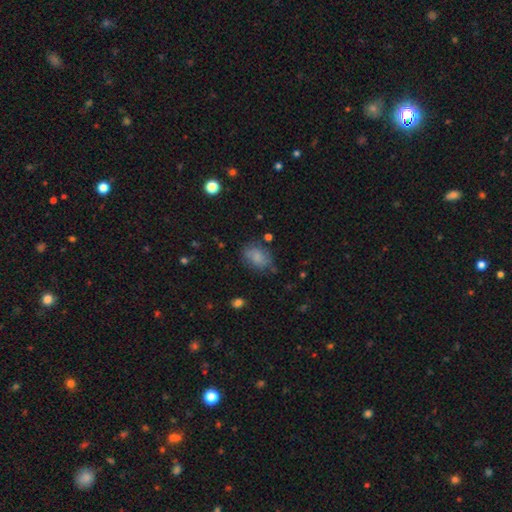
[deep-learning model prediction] This is likely a smooth galaxy (74%). How rounded: likely in between (70%). Merging: likely none (61%).